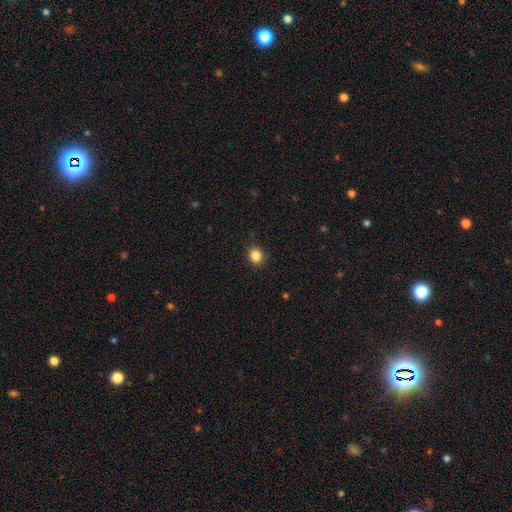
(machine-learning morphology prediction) Smooth or featured? smooth (85%)
How rounded? round (77%)
Merging? none (87%)